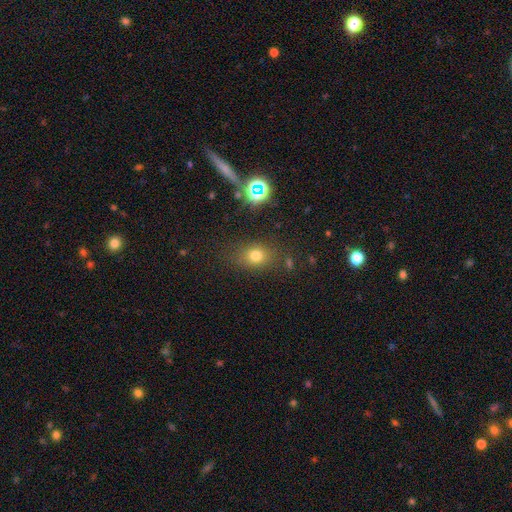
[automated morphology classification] smooth-or-featured: smooth: 73% | star or artifact: 18% | featured or disk: 9%
  how-rounded: round: 51% | in between: 48% | cigar-shaped: 2%
  merging: none: 78% | minor disturbance: 13% | major disturbance: 5% | merger: 3%